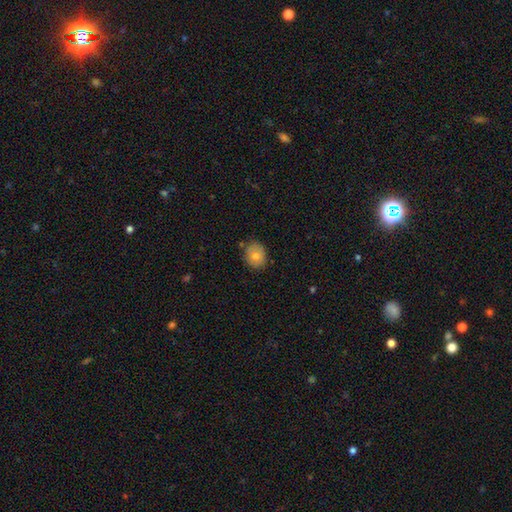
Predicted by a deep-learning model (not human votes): Smooth or featured: smooth — 77% (featured or disk — 15%)
How rounded: round — 60% (in between — 39%)
Merging: none — 78% (minor disturbance — 16%)